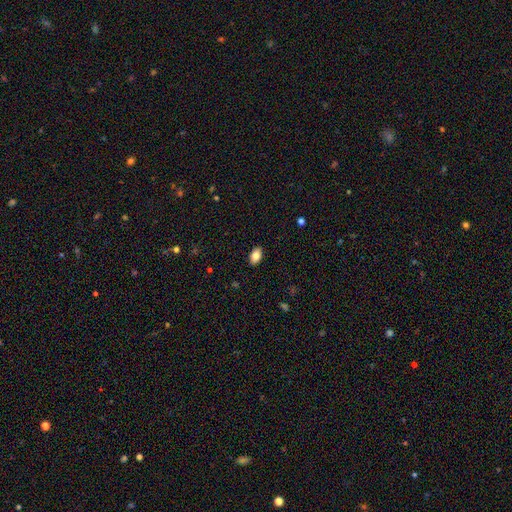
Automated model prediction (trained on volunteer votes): A smooth galaxy with no disk features (83%) that is in between round and cigar-shaped (91%). Merging: none (89%).